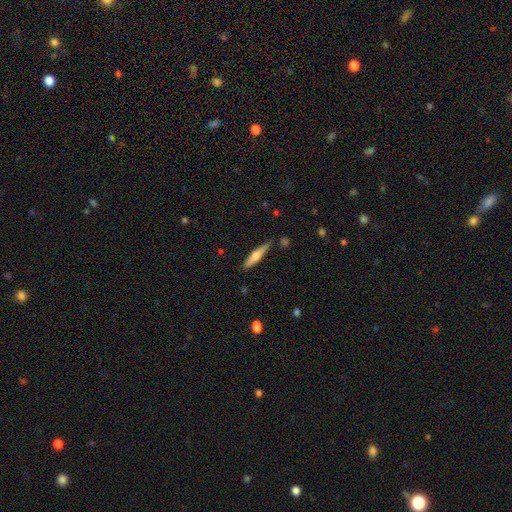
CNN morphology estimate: smooth-or-featured: smooth: 51% | featured or disk: 43% | star or artifact: 6%
  how-rounded: cigar-shaped: 85% | in between: 13% | round: 2%
  merging: none: 83% | minor disturbance: 12% | merger: 2% | major disturbance: 2%